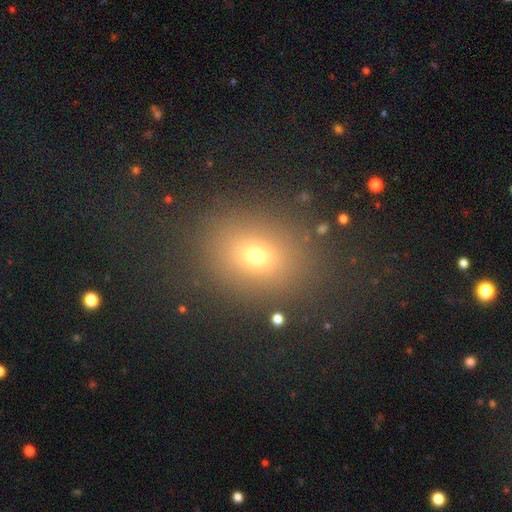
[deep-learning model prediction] smooth 66%, star or artifact 23%, featured or disk 11%. Down the decision tree: how rounded — round (51%); merging — none (82%).